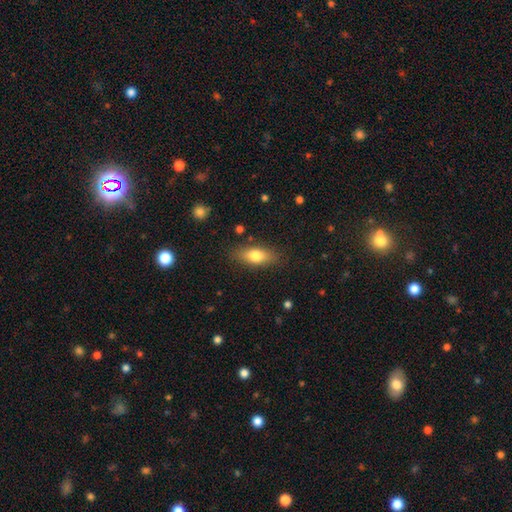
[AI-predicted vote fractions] Smooth or featured? smooth (75%)
How rounded? in between (77%)
Merging? none (84%)